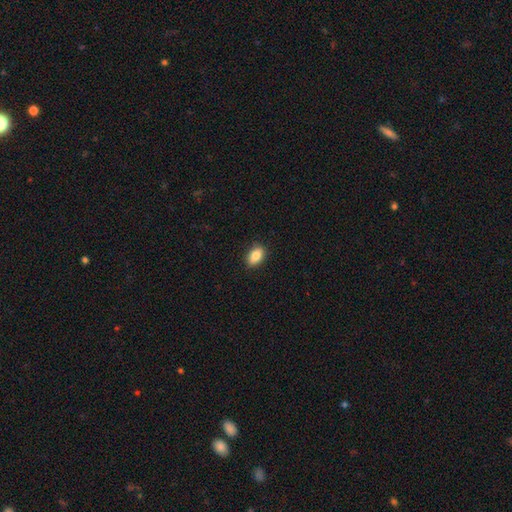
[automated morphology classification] smooth-or-featured: smooth: 84% | featured or disk: 9% | star or artifact: 8%
  how-rounded: in between: 87% | round: 10% | cigar-shaped: 3%
  merging: none: 88% | minor disturbance: 9% | major disturbance: 2% | merger: 1%